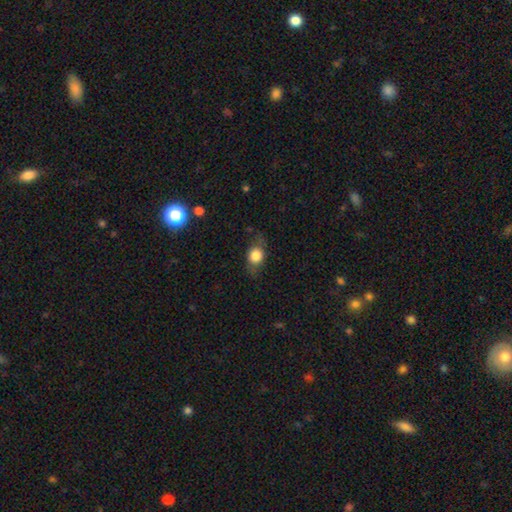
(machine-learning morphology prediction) A smooth galaxy with no disk features (72%) that is in between round and cigar-shaped (48%, tied with round). Merging: none (70%).